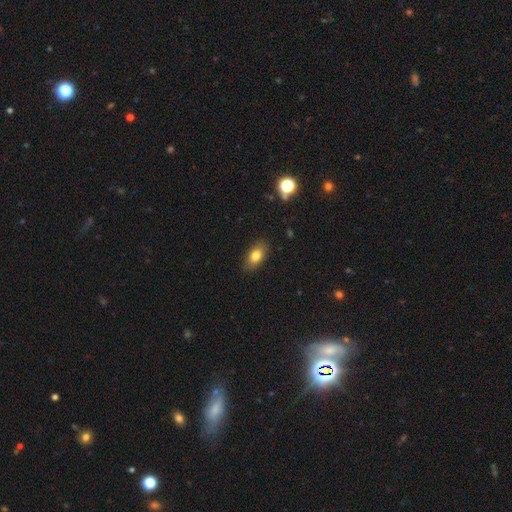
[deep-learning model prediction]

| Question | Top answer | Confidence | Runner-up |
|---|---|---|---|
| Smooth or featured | smooth | 80% | featured or disk (11%) |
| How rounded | in between | 87% | round (9%) |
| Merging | none | 85% | minor disturbance (12%) |